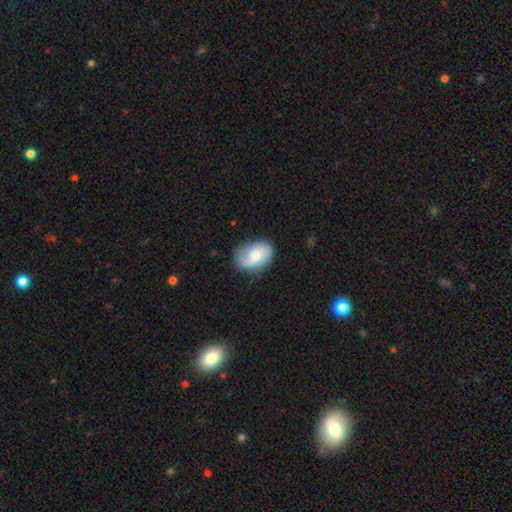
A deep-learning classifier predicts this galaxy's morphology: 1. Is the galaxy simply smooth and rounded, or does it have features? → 54% smooth, 38% featured or disk, 7% star or artifact.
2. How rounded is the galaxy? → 83% in between, 16% round, 1% cigar-shaped.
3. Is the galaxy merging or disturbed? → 72% none, 20% minor disturbance, 6% major disturbance, 1% merger.